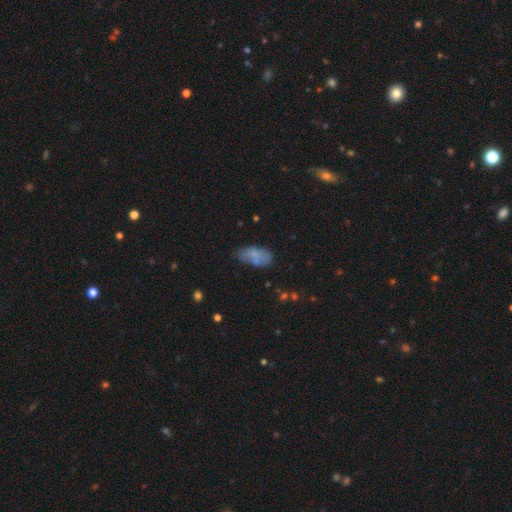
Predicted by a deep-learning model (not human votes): A smooth galaxy with no disk features (68%) that is in between round and cigar-shaped (91%).

Vote fractions:
- Smooth or featured? smooth: 68% / featured or disk: 22% / star or artifact: 10%
- How rounded? in between: 91% / cigar-shaped: 6% / round: 3%
- Merging? none: 47% / minor disturbance: 31% / major disturbance: 14% / merger: 8%